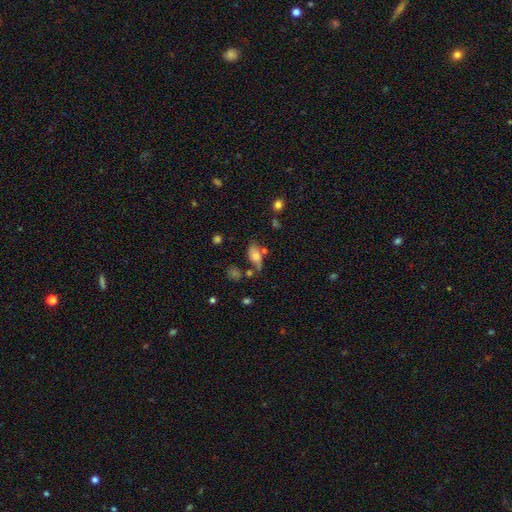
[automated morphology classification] Smooth or featured?
  - smooth: 72% *
  - featured or disk: 18%
  - star or artifact: 10%
How rounded?
  - in between: 84% *
  - cigar-shaped: 10%
  - round: 6%
Merging?
  - none: 49% *
  - minor disturbance: 23%
  - merger: 18%
  - major disturbance: 11%